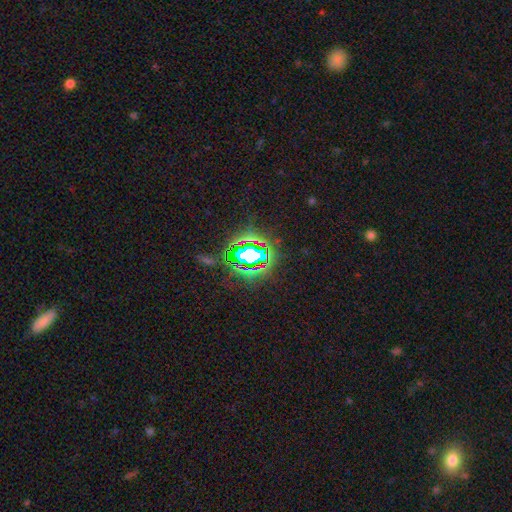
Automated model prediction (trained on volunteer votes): star or artifact 71%, smooth 15%, featured or disk 13%.